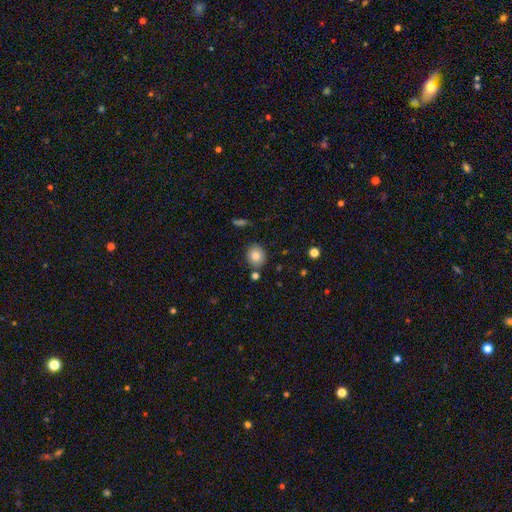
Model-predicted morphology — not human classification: A smooth galaxy with no disk features (84%) that is round (78%).

Vote fractions:
- Smooth or featured? smooth: 84% / star or artifact: 9% / featured or disk: 7%
- How rounded? round: 78% / in between: 21% / cigar-shaped: 1%
- Merging? none: 82% / minor disturbance: 10% / merger: 6% / major disturbance: 3%